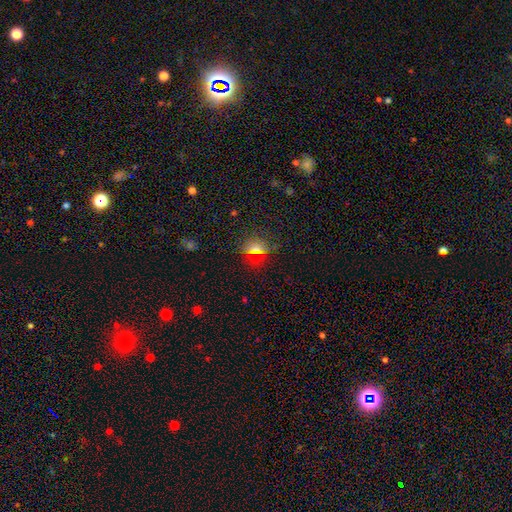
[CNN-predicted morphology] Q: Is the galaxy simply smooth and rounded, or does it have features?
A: smooth — 61%.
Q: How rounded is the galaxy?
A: round — 61%.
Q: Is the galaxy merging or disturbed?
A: none — 79%.